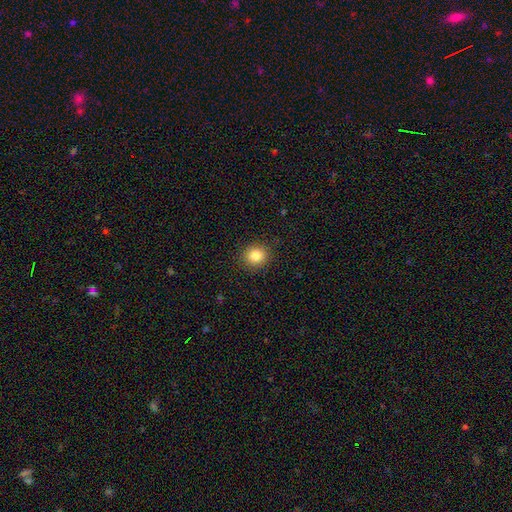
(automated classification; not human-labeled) Smooth or featured?
  - smooth: 84% *
  - star or artifact: 11%
  - featured or disk: 6%
How rounded?
  - round: 85% *
  - in between: 14%
  - cigar-shaped: 1%
Merging?
  - none: 90% *
  - minor disturbance: 7%
  - major disturbance: 2%
  - merger: 1%